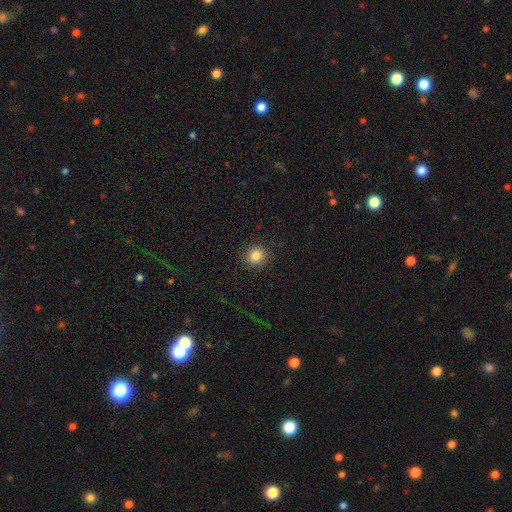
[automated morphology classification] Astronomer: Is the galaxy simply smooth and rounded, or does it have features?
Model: smooth — 85%.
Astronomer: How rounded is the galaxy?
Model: round — 88%.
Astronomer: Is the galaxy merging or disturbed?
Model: none — 90%.